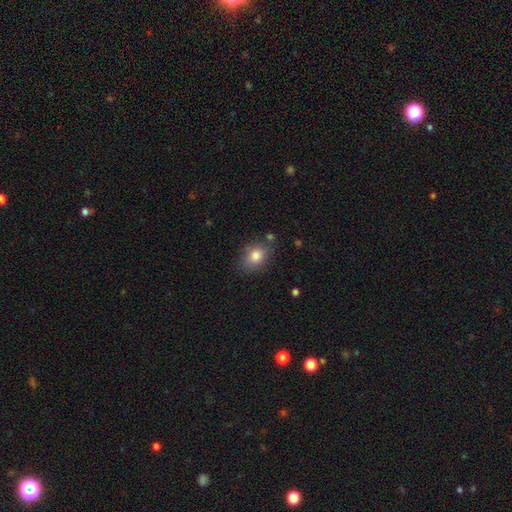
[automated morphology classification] This appears to be a smooth galaxy with no disk features (82%) that is in between round and cigar-shaped (65%). Merging: none (73%).